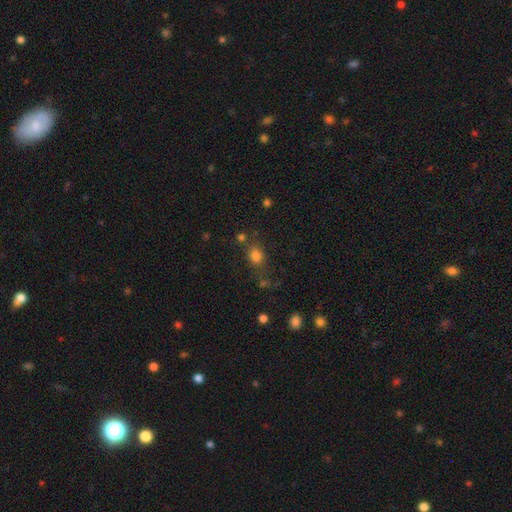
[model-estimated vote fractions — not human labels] A smooth galaxy with no disk features (78%) that is in between round and cigar-shaped (51%). Merging: none (65%).